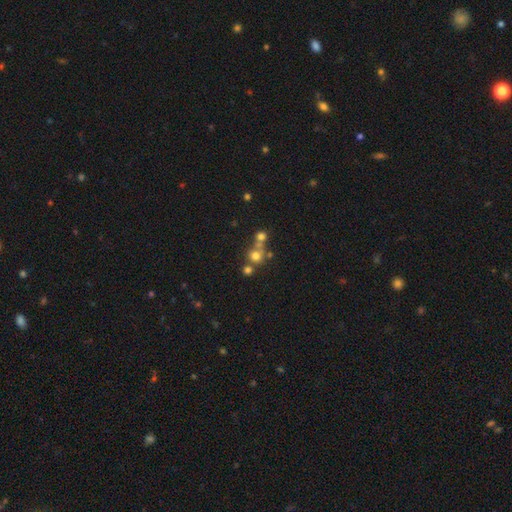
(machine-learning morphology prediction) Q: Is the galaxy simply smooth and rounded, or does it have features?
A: smooth — 67%.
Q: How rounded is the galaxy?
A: round — 88%.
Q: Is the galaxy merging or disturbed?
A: none — 51%.